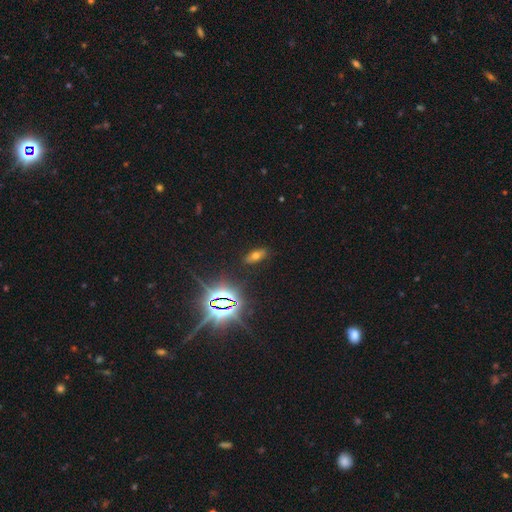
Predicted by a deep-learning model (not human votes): Q: Smooth or featured?
A: smooth (49%); runner-up: star or artifact (34%)
Q: Merging?
A: none (87%); runner-up: minor disturbance (9%)